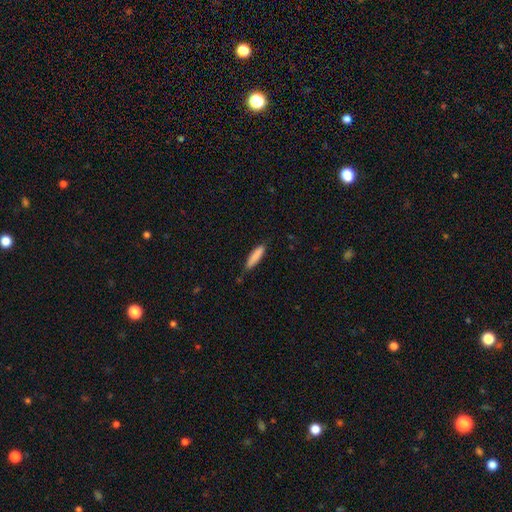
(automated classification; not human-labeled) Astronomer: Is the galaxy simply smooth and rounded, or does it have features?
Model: smooth — 85%.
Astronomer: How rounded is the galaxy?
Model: cigar-shaped — 77%.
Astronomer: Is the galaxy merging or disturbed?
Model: none — 73%.